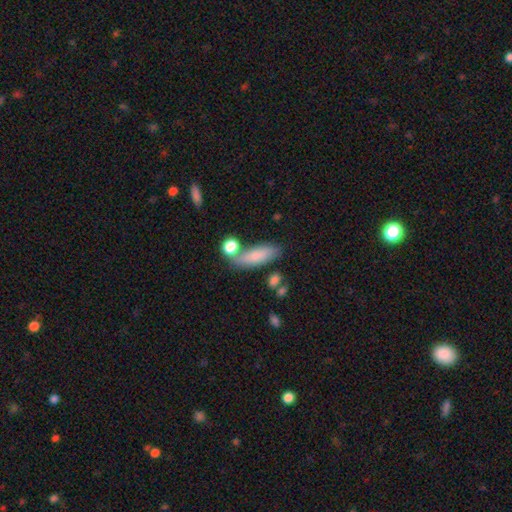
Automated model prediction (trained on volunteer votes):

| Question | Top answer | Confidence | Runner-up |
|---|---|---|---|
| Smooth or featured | smooth | 77% | featured or disk (16%) |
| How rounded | in between | 60% | cigar-shaped (36%) |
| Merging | none | 59% | minor disturbance (18%) |